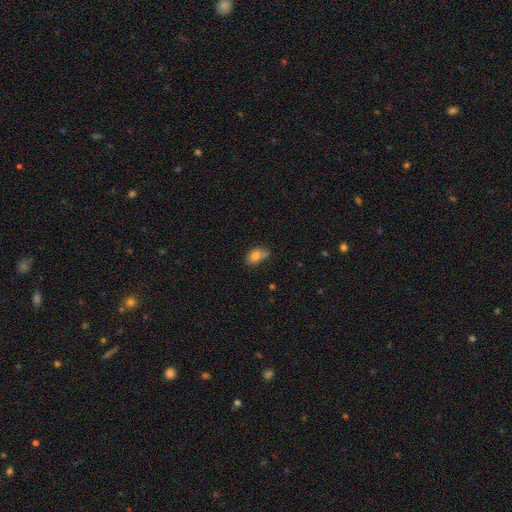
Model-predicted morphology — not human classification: This is likely a smooth galaxy (80%). How rounded: clearly in between (81%). Merging: possibly none (49%).